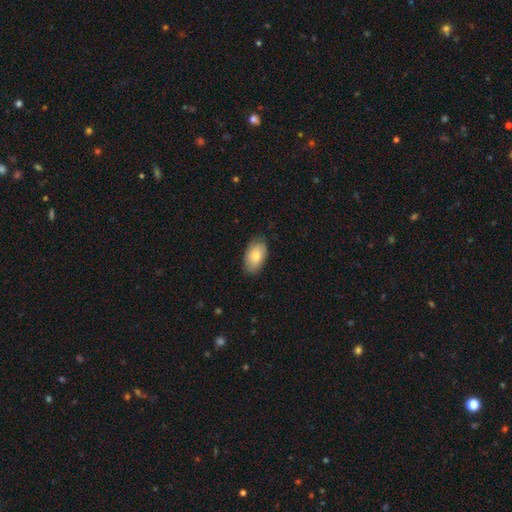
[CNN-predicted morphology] Smooth or featured? Predicted: smooth (p=0.79). How rounded? Predicted: in between (p=0.93). Merging? Predicted: none (p=0.80).